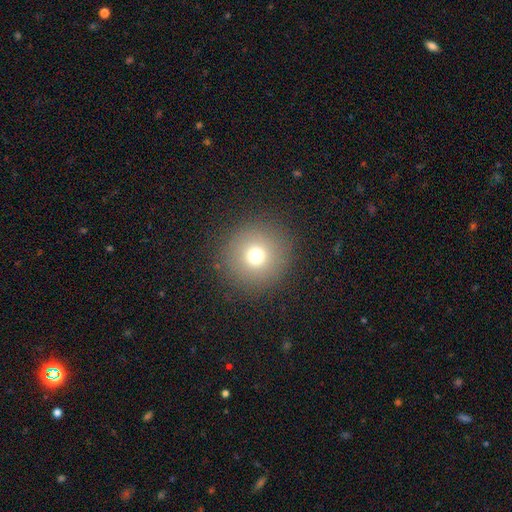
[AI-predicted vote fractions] This appears to be a smooth galaxy with no disk features (72%) that is round (96%). Merging: none (89%).